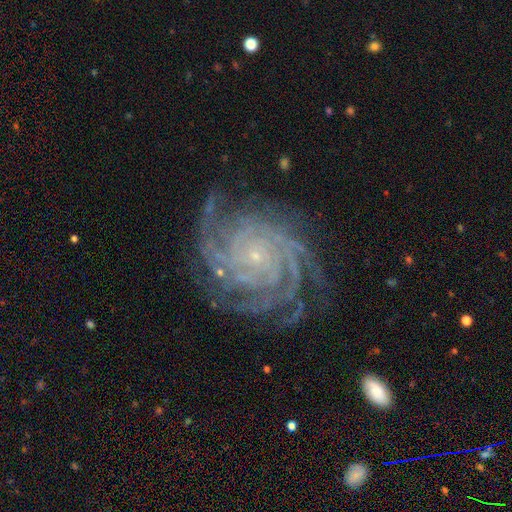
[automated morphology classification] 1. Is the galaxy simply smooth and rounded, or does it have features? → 91% featured or disk, 6% star or artifact, 3% smooth.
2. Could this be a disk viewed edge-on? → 98% no, 2% yes.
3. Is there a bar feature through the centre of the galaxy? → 77% no, 15% weak, 7% strong.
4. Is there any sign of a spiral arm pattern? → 99% yes, 1% no.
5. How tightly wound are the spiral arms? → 80% tight, 18% medium, 3% loose.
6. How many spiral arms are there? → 32% more than 4, 28% 4, 12% can't tell, 11% 3, 8% 2, 8% 1.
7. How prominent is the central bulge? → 89% small, 7% moderate, 3% none, 1% large, 1% dominant.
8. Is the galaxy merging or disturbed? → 78% none, 15% minor disturbance, 6% major disturbance, 2% merger.